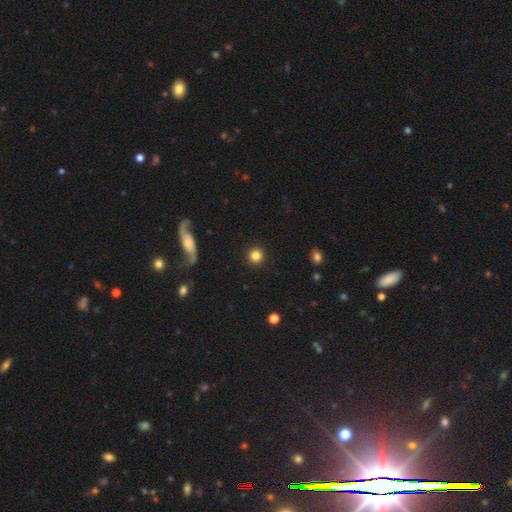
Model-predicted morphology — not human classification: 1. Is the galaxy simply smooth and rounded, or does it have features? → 84% smooth, 10% star or artifact, 6% featured or disk.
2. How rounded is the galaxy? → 95% round, 4% in between, 1% cigar-shaped.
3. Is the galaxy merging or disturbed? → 92% none, 5% minor disturbance, 2% major disturbance, 1% merger.